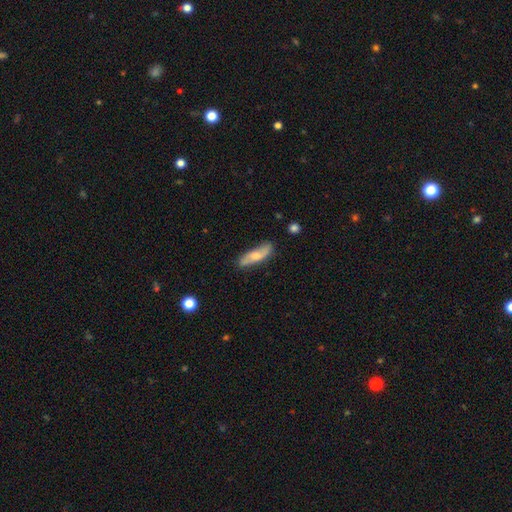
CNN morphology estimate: Smooth or featured: smooth — 54% (featured or disk — 40%)
How rounded: cigar-shaped — 50% (in between — 47%)
Merging: none — 77% (minor disturbance — 17%)